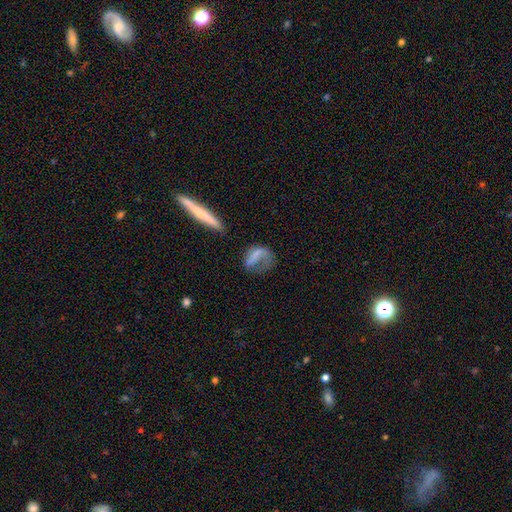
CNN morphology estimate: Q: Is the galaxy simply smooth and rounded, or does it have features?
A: smooth — 53%.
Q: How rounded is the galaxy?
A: in between — 55%.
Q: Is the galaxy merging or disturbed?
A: major disturbance — 42%.